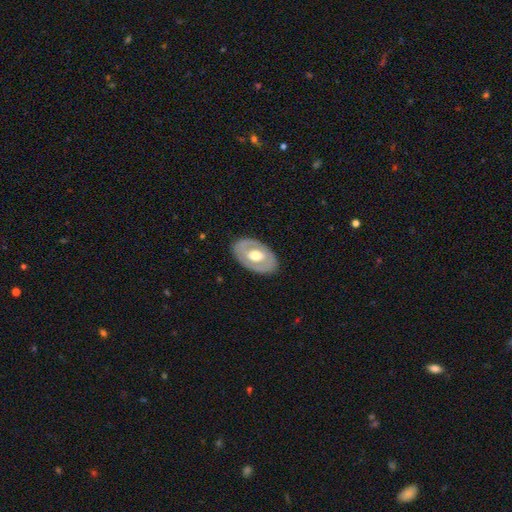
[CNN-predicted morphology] smooth-or-featured: featured or disk: 55% | smooth: 40% | star or artifact: 5%
  disk-edge-on: no: 90% | yes: 10%
  merging: none: 83% | minor disturbance: 12% | major disturbance: 4% | merger: 1%